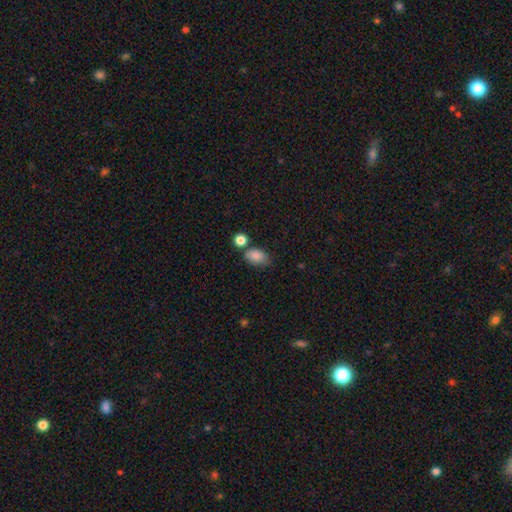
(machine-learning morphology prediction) A smooth galaxy with no disk features (86%) that is in between round and cigar-shaped (86%).

Vote fractions:
- Smooth or featured? smooth: 86% / star or artifact: 8% / featured or disk: 6%
- How rounded? in between: 86% / round: 13% / cigar-shaped: 1%
- Merging? none: 57% / minor disturbance: 23% / merger: 14% / major disturbance: 6%